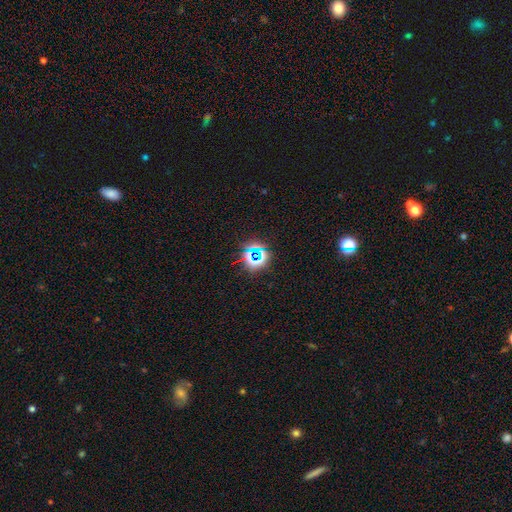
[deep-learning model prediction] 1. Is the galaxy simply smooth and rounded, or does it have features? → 74% star or artifact, 17% smooth, 9% featured or disk.